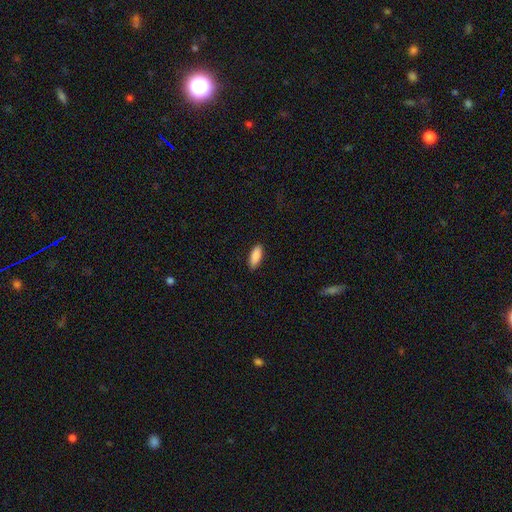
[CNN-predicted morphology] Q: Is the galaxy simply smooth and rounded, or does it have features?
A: smooth — 90%.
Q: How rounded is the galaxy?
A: in between — 78%.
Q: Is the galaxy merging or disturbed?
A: none — 88%.